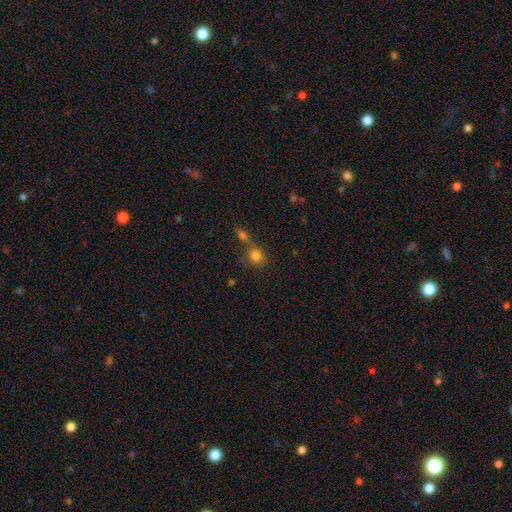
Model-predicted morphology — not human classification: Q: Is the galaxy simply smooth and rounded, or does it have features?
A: smooth — 78%.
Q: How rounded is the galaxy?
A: round — 70%.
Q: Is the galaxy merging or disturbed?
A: merger — 45%.